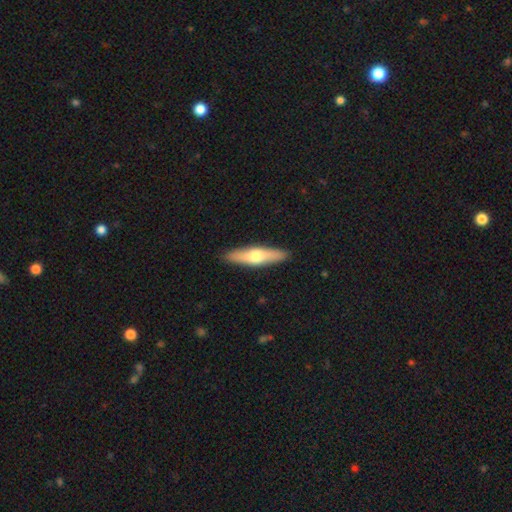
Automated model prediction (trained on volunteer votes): A smooth galaxy with no disk features (52%) that is cigar-shaped (75%).

Vote fractions:
- Smooth or featured? smooth: 52% / featured or disk: 43% / star or artifact: 5%
- How rounded? cigar-shaped: 75% / in between: 23% / round: 2%
- Merging? none: 91% / minor disturbance: 7% / major disturbance: 1% / merger: 1%